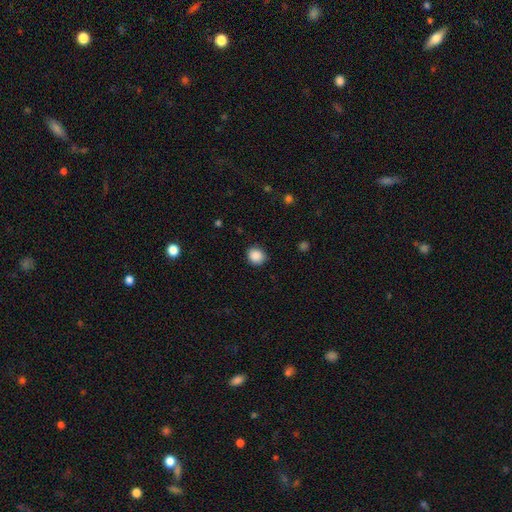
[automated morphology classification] Overall: smooth (87%). How rounded: round (76%). Merging: none (85%).